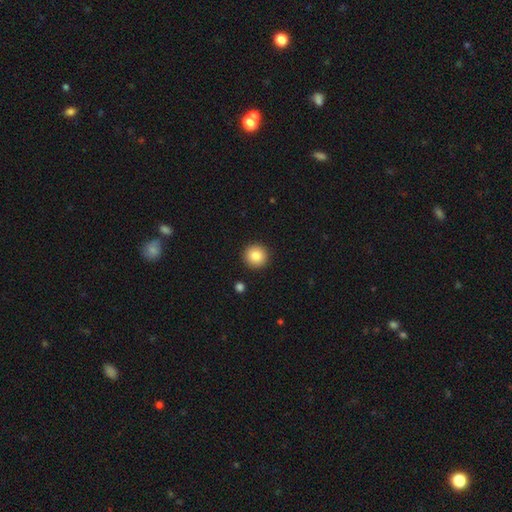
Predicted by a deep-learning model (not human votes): Smooth or featured? Predicted: smooth (p=0.85). How rounded? Predicted: round (p=0.95). Merging? Predicted: none (p=0.93).